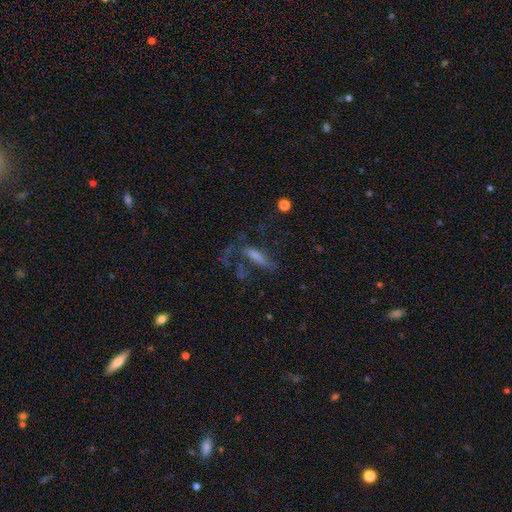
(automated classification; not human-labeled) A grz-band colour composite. It shows a featured or disk galaxy (46%). Merging: none (39%).